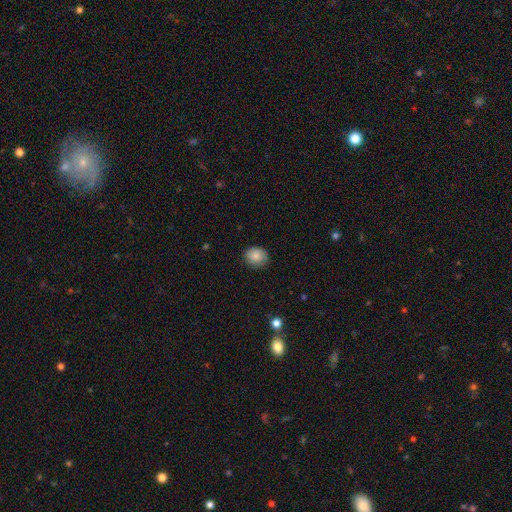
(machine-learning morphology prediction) Smooth or featured? Predicted: smooth (p=0.85). How rounded? Predicted: round (p=0.71). Merging? Predicted: none (p=0.85).